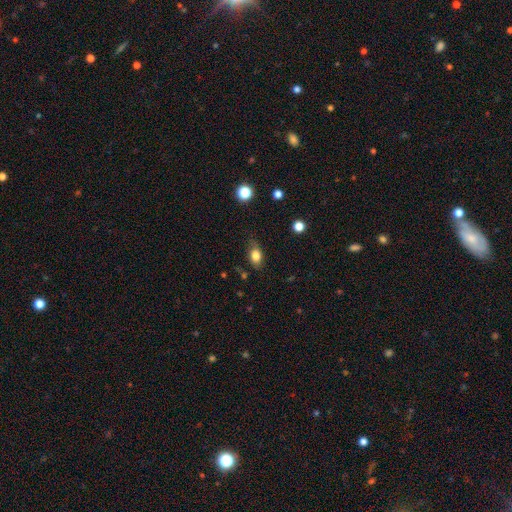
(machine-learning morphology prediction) smooth_or_featured: smooth (p=0.81) [alt: featured or disk p=0.10]
how_rounded: in between (p=0.78) [alt: round p=0.19]
merging: none (p=0.74) [alt: minor disturbance p=0.20]